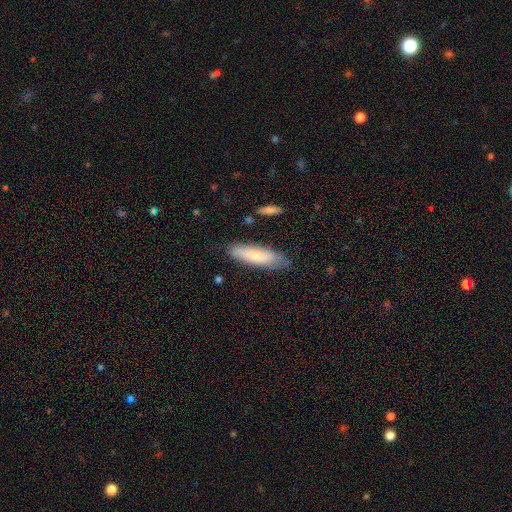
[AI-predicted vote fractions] smooth_or_featured: smooth (p=0.76) [alt: featured or disk p=0.18]
how_rounded: cigar-shaped (p=0.62) [alt: in between p=0.37]
merging: none (p=0.76) [alt: minor disturbance p=0.18]